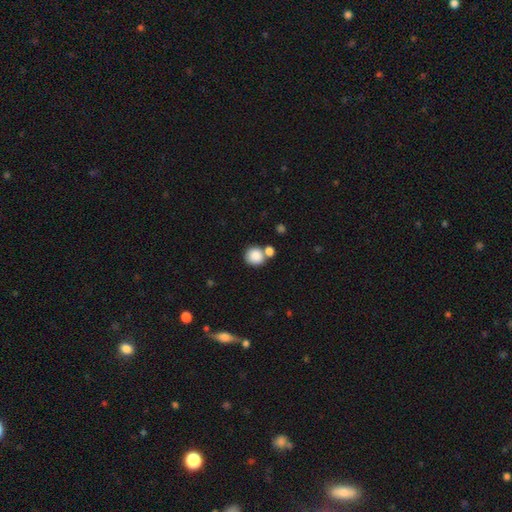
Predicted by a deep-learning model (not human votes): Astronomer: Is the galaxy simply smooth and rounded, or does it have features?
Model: smooth — 86%.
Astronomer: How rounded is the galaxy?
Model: round — 89%.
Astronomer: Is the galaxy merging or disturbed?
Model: none — 59%.